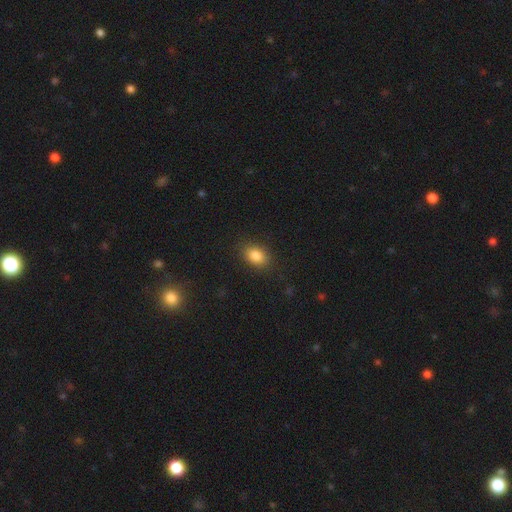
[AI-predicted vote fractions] Overall: smooth (85%). How rounded: in between (80%). Merging: none (85%).